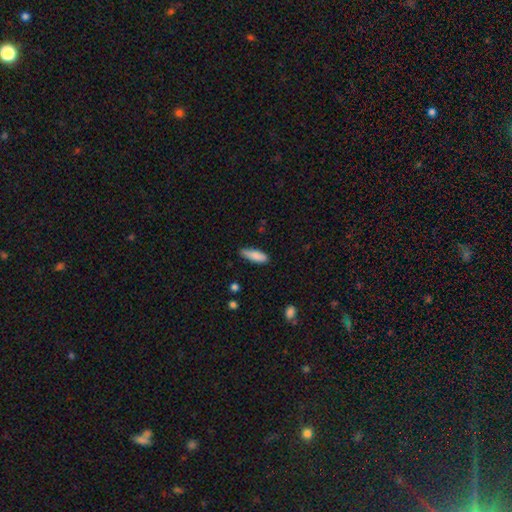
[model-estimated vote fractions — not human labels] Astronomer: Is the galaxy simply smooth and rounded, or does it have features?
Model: smooth — 85%.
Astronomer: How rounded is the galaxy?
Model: in between — 54% (runner-up: cigar-shaped, 44%).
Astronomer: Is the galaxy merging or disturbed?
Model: none — 77%.